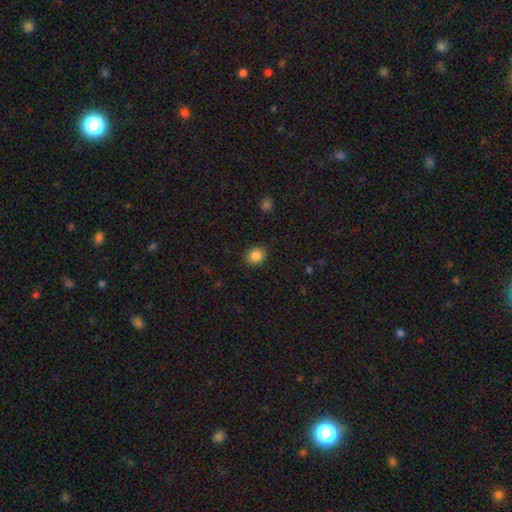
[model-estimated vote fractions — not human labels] smooth_or_featured: smooth (p=0.86) [alt: star or artifact p=0.10]
how_rounded: round (p=0.55) [alt: in between p=0.44]
merging: none (p=0.86) [alt: minor disturbance p=0.10]